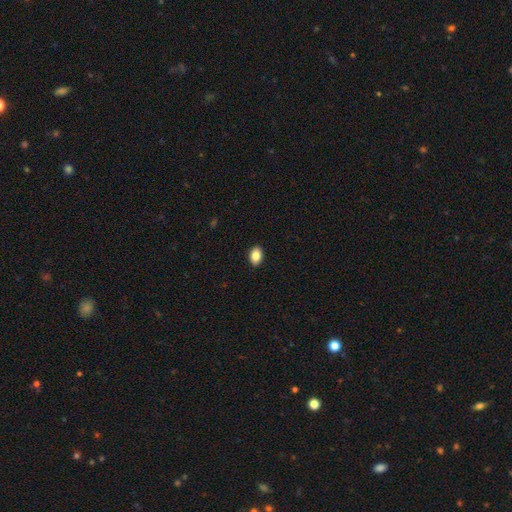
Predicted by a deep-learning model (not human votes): smooth-or-featured: smooth: 86% | star or artifact: 8% | featured or disk: 6%
  how-rounded: in between: 84% | round: 14% | cigar-shaped: 1%
  merging: none: 90% | minor disturbance: 7% | major disturbance: 2% | merger: 1%